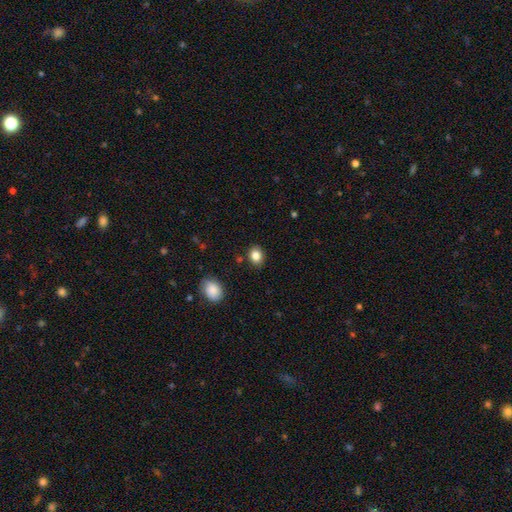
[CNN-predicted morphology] smooth 84%, star or artifact 10%, featured or disk 6%. Down the decision tree: how rounded — round (54%); merging — none (86%).